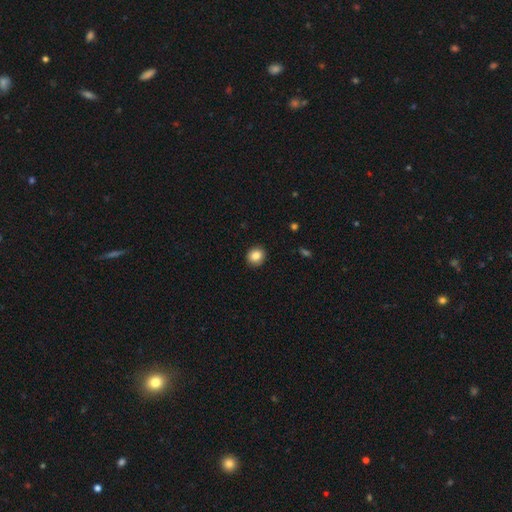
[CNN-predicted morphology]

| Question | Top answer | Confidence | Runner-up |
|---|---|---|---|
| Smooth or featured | smooth | 85% | star or artifact (9%) |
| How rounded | round | 82% | in between (17%) |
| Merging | none | 91% | minor disturbance (6%) |